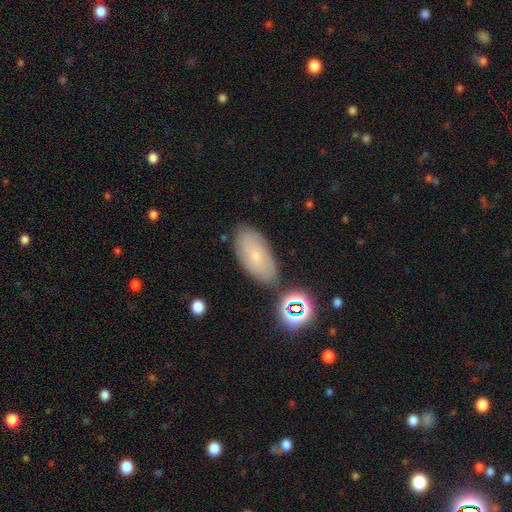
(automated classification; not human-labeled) A smooth galaxy with no disk features (51%) that is in between round and cigar-shaped (91%). Merging: none (76%).